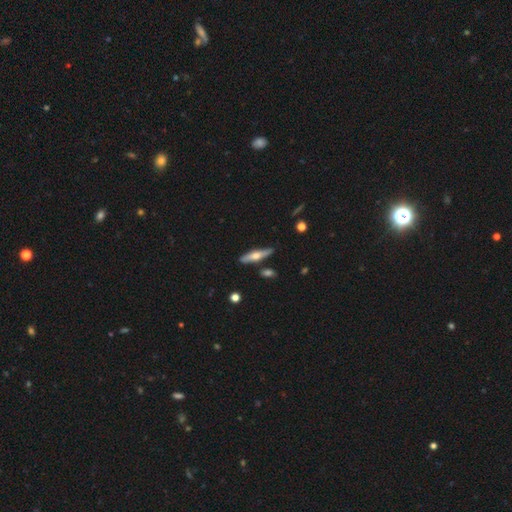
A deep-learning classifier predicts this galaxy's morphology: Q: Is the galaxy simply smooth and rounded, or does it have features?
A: featured or disk — 49%.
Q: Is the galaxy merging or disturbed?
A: none — 81%.